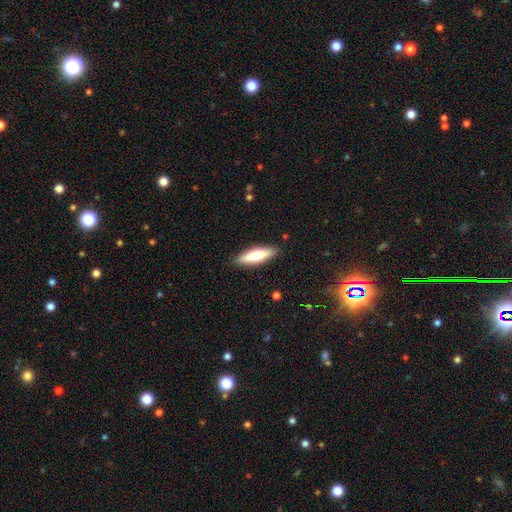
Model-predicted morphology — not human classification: Overall: smooth (71%). How rounded: cigar-shaped (64%; in between 35%). Merging: none (88%).